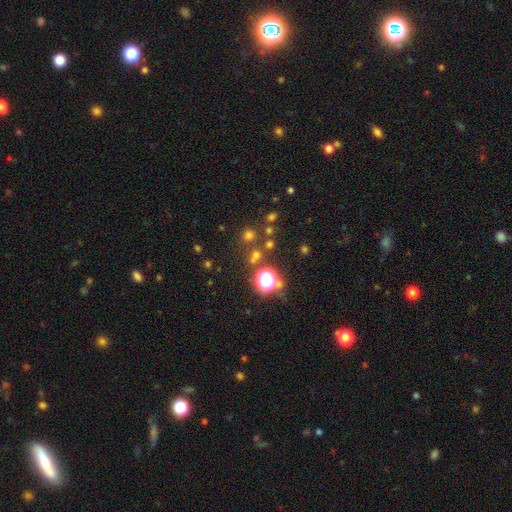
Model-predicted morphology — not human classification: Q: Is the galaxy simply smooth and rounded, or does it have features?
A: smooth — 46%.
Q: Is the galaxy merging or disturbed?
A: none — 73%.